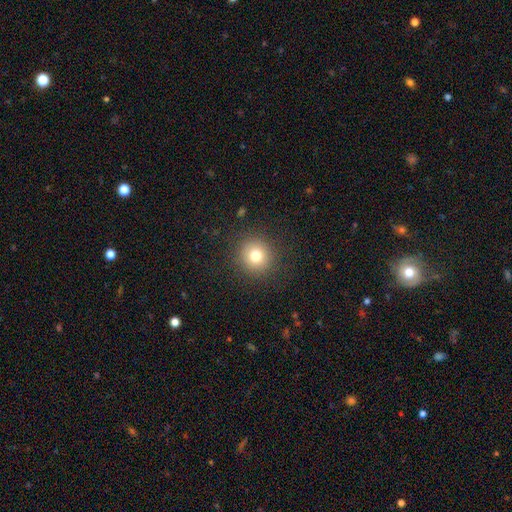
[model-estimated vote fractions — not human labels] Smooth or featured? Predicted: smooth (p=0.77). How rounded? Predicted: round (p=0.92). Merging? Predicted: none (p=0.89).